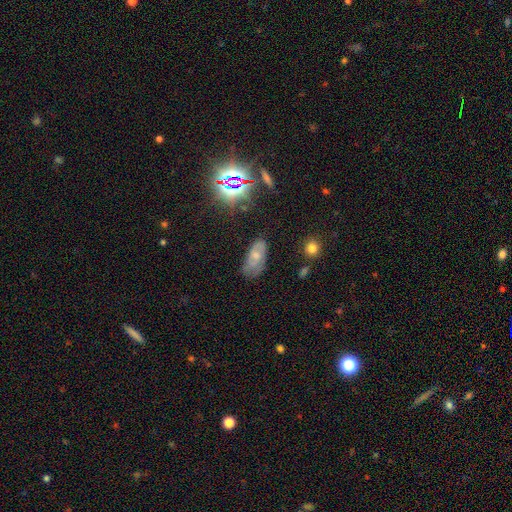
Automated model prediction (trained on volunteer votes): A featured or disk galaxy (43%). Merging: none (60%).